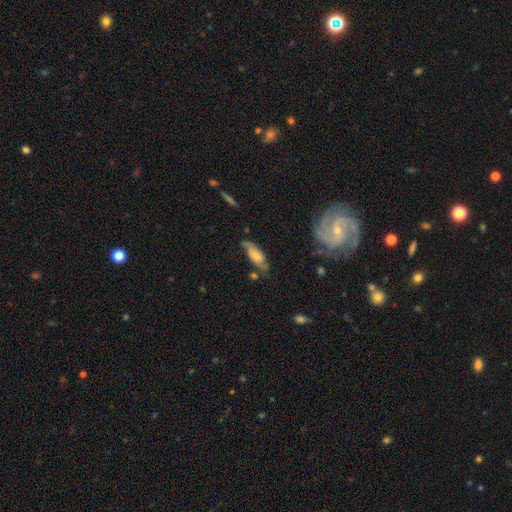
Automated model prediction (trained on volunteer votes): Smooth or featured?
  - featured or disk: 56% *
  - smooth: 37%
  - star or artifact: 7%
Edge-on disk?
  - no: 83% *
  - yes: 17%
Merging?
  - none: 57% *
  - minor disturbance: 28%
  - major disturbance: 10%
  - merger: 4%